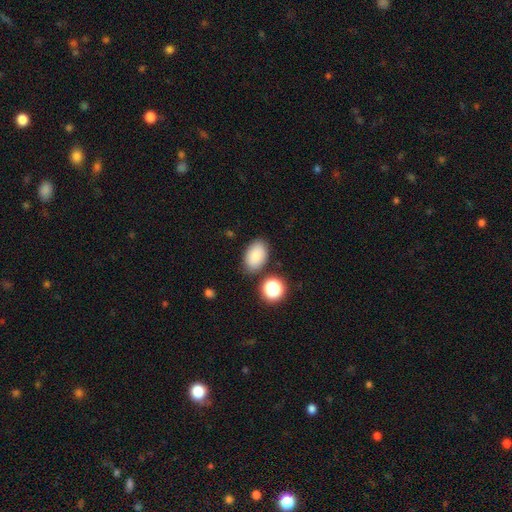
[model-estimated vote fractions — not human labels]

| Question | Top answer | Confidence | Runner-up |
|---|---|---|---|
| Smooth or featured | smooth | 83% | star or artifact (9%) |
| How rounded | in between | 89% | round (9%) |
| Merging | none | 80% | minor disturbance (12%) |